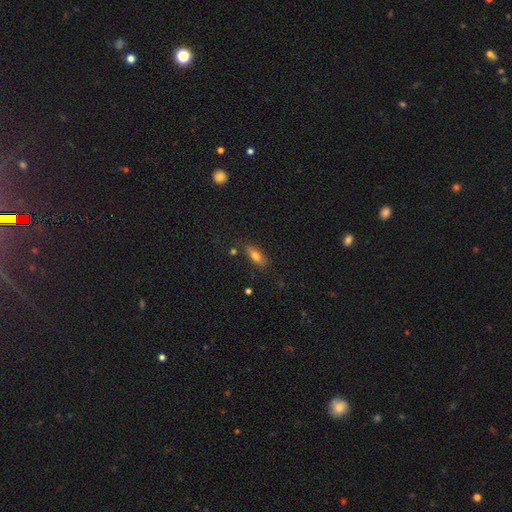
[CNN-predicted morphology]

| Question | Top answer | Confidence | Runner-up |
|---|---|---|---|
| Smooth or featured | smooth | 75% | featured or disk (16%) |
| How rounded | in between | 74% | cigar-shaped (22%) |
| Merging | none | 78% | minor disturbance (15%) |